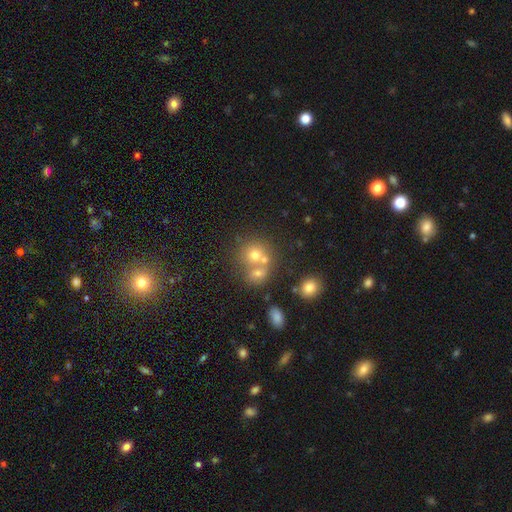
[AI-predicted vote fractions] Smooth or featured: smooth — 64% (featured or disk — 19%)
How rounded: round — 79% (in between — 20%)
Merging: merger — 51% (none — 39%)